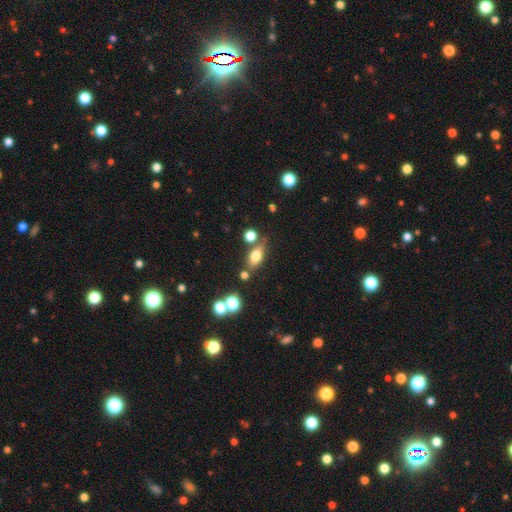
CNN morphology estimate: type=smooth (70%); roundness=in between (75%); merging=none (69%).